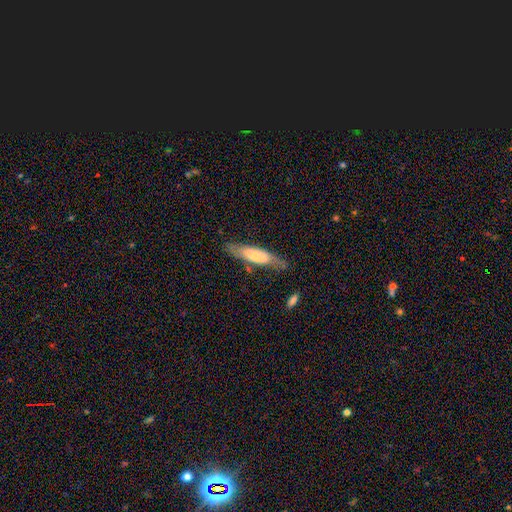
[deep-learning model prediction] smooth_or_featured: smooth (p=0.57) [alt: featured or disk p=0.37]
how_rounded: cigar-shaped (p=0.64) [alt: in between p=0.35]
merging: none (p=0.66) [alt: minor disturbance p=0.22]